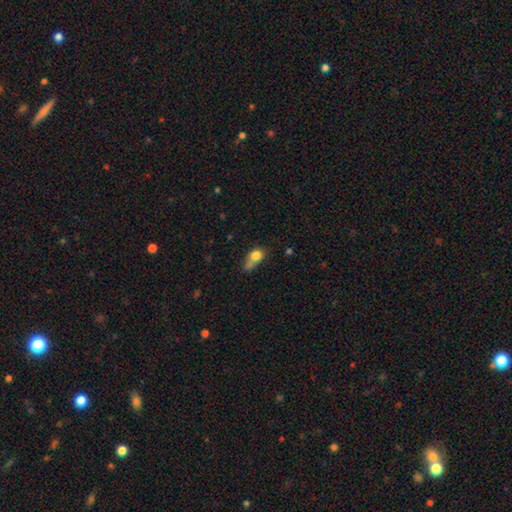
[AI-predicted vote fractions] Morphology: type=smooth (76%); roundness=in between (54%); merging=none (31%).